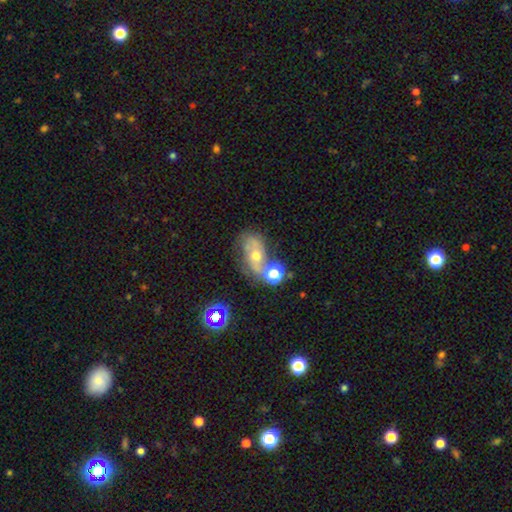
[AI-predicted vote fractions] Smooth or featured? featured or disk (56%)
Edge-on disk? no (93%)
Bar? no (63%)
Spiral arms? yes (71%)
Bulge size? moderate (65%)
Merging? none (47%)